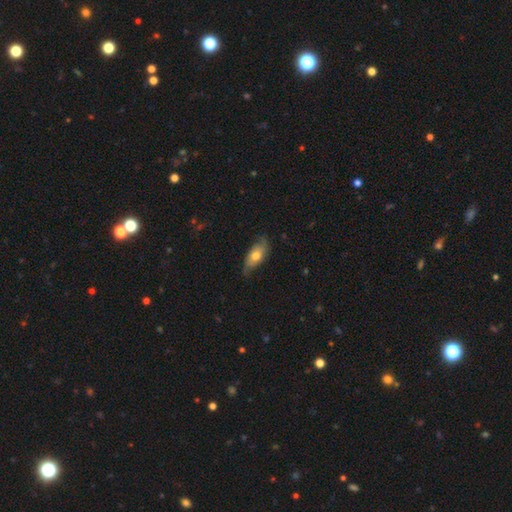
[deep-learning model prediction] Smooth or featured? Predicted: smooth (p=0.50). Merging? Predicted: none (p=0.64).